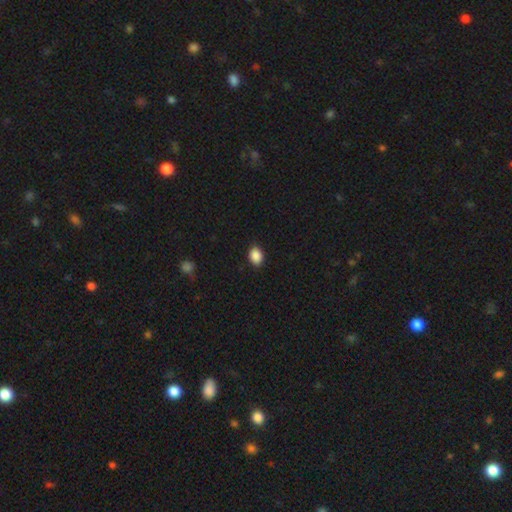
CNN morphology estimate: A smooth galaxy with no disk features (89%) that is in between round and cigar-shaped (66%). Merging: none (87%).